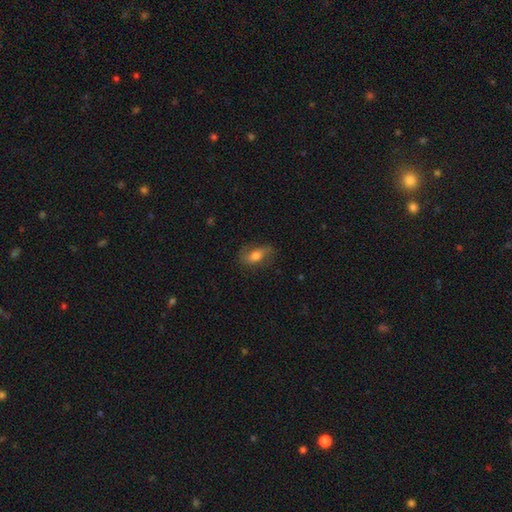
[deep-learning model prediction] Smooth or featured? Predicted: smooth (p=0.61). How rounded? Predicted: in between (p=0.80). Merging? Predicted: none (p=0.71).